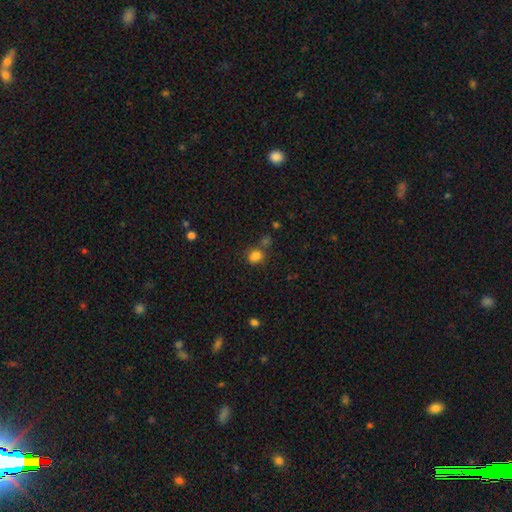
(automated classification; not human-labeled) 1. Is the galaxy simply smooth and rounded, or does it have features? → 78% smooth, 15% star or artifact, 7% featured or disk.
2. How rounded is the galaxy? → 50% in between, 48% round, 1% cigar-shaped.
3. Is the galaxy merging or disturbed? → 54% none, 23% merger, 17% minor disturbance, 7% major disturbance.